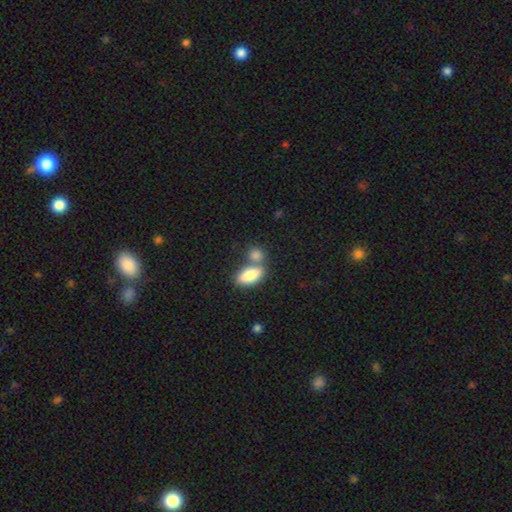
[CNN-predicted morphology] A smooth galaxy with no disk features (84%) that is in between round and cigar-shaped (69%). Merging: none (43%, tied with merger).